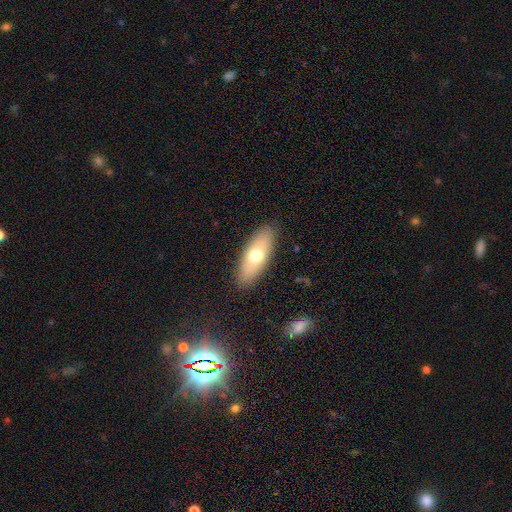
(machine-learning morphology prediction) Overall: smooth (63%; featured or disk 30%). How rounded: in between (72%). Merging: none (87%).